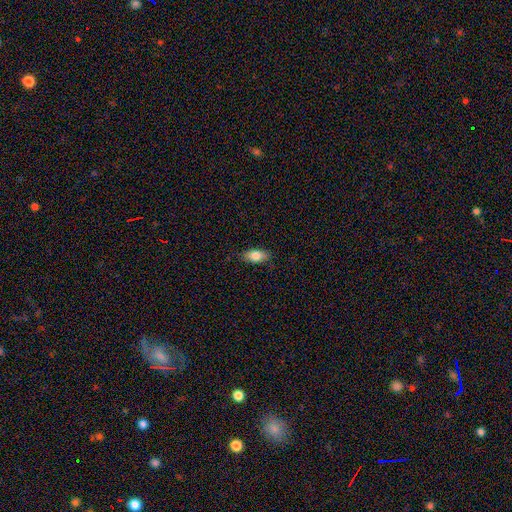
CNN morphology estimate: A smooth galaxy with no disk features (79%) that is in between round and cigar-shaped (86%).

Vote fractions:
- Smooth or featured? smooth: 79% / featured or disk: 13% / star or artifact: 7%
- How rounded? in between: 86% / cigar-shaped: 10% / round: 4%
- Merging? none: 84% / minor disturbance: 13% / major disturbance: 2% / merger: 1%